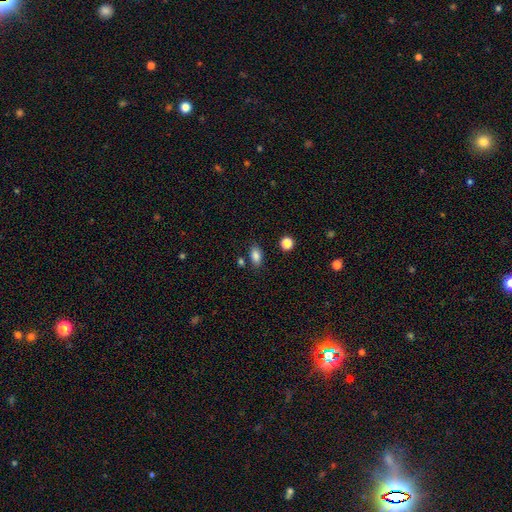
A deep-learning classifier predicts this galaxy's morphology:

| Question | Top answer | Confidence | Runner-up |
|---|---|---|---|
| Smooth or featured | smooth | 85% | star or artifact (10%) |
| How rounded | in between | 87% | round (9%) |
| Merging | none | 80% | minor disturbance (12%) |